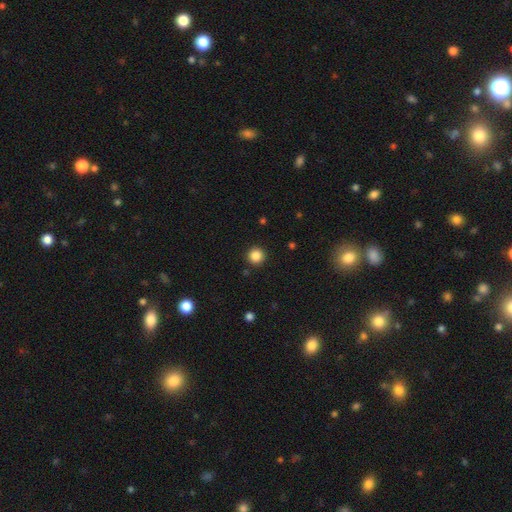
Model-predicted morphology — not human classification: Smooth or featured: smooth — 85% (star or artifact — 11%)
How rounded: round — 95% (in between — 4%)
Merging: none — 92% (minor disturbance — 5%)